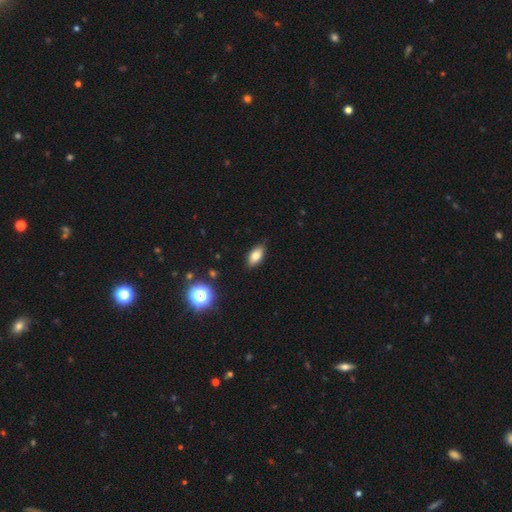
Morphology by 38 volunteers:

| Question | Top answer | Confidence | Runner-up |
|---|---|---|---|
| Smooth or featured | smooth | 79% | featured or disk (16%) |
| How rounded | in between | 73% | cigar-shaped (17%) |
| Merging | none | 83% | minor disturbance (11%) |